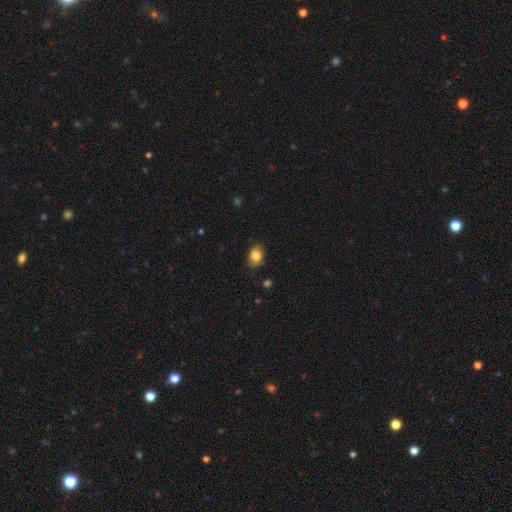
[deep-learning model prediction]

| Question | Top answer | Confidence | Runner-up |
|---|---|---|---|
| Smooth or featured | smooth | 82% | featured or disk (9%) |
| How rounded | in between | 75% | round (24%) |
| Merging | none | 77% | minor disturbance (18%) |